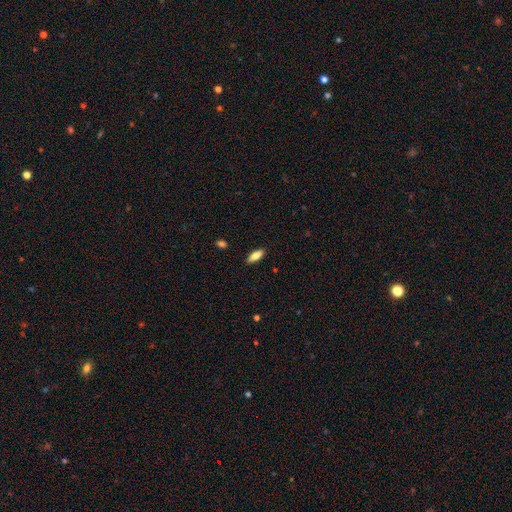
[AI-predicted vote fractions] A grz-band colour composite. It shows a smooth galaxy with no disk features (80%) that is in between round and cigar-shaped (69%). Merging: none (88%).